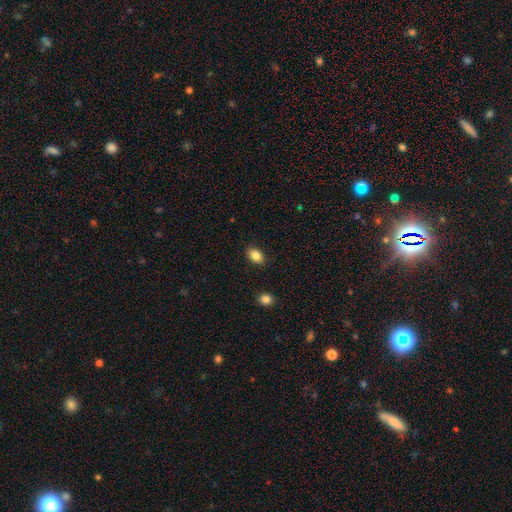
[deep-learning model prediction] smooth-or-featured: smooth: 85% | star or artifact: 8% | featured or disk: 7%
  how-rounded: in between: 86% | round: 13% | cigar-shaped: 1%
  merging: none: 88% | minor disturbance: 9% | major disturbance: 2% | merger: 1%